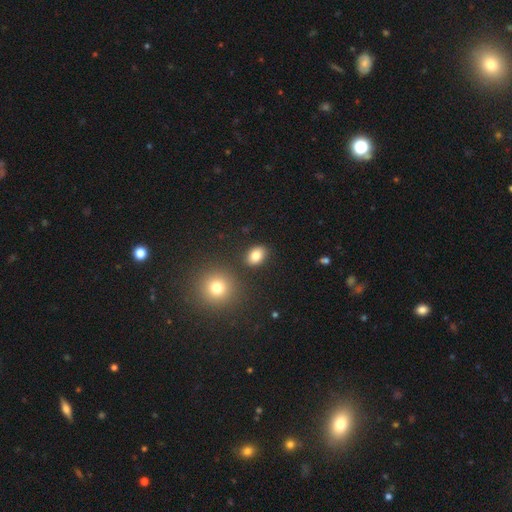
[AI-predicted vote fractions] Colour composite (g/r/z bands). It shows a smooth galaxy with no disk features (83%) that is in between round and cigar-shaped (69%). Merging: none (85%).